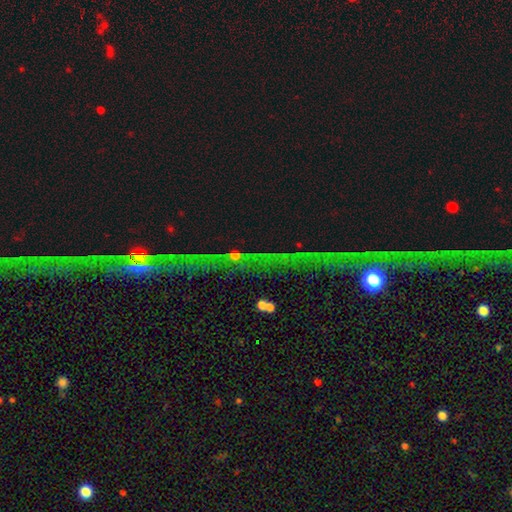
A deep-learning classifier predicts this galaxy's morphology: type=star or artifact (60%).